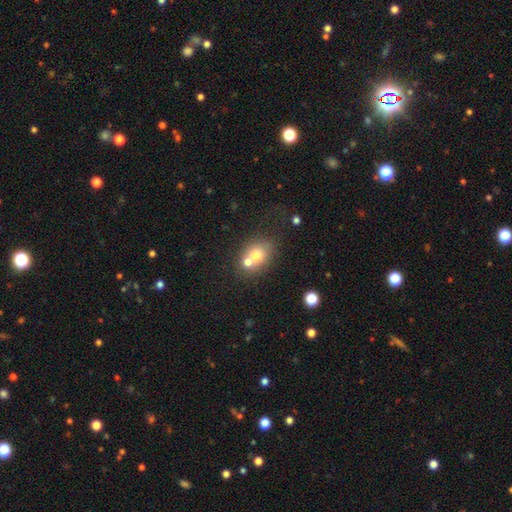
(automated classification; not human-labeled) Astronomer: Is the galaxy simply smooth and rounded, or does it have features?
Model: smooth — 69%.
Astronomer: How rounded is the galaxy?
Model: round — 50% (runner-up: in between, 48%).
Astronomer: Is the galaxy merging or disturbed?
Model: none — 44% (runner-up: merger, 41%).